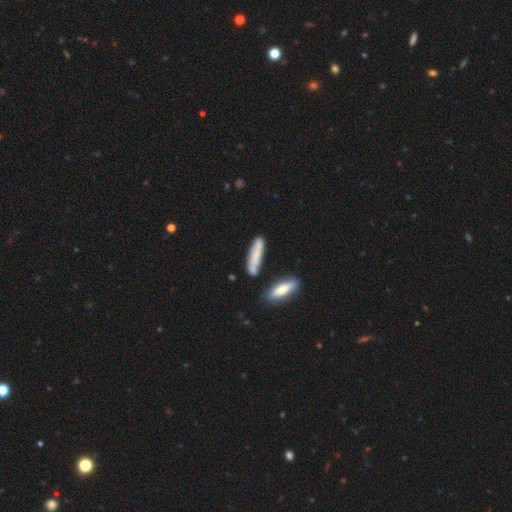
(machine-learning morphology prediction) Q: Smooth or featured?
A: smooth (66%); runner-up: featured or disk (27%)
Q: How rounded?
A: cigar-shaped (78%); runner-up: in between (19%)
Q: Merging?
A: none (63%); runner-up: minor disturbance (19%)